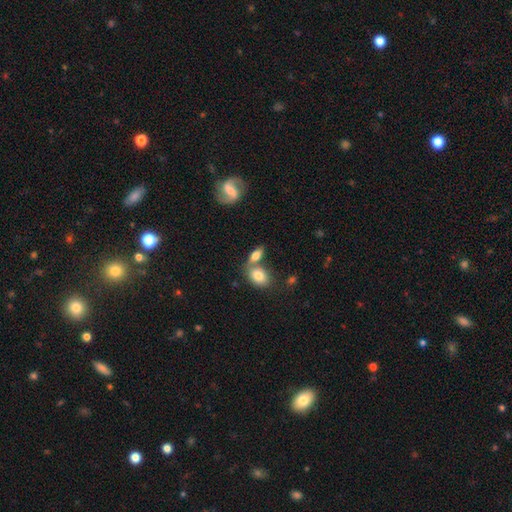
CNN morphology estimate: smooth_or_featured: smooth (p=0.72) [alt: featured or disk p=0.20]
how_rounded: in between (p=0.80) [alt: round p=0.10]
merging: none (p=0.45) [alt: merger p=0.40]